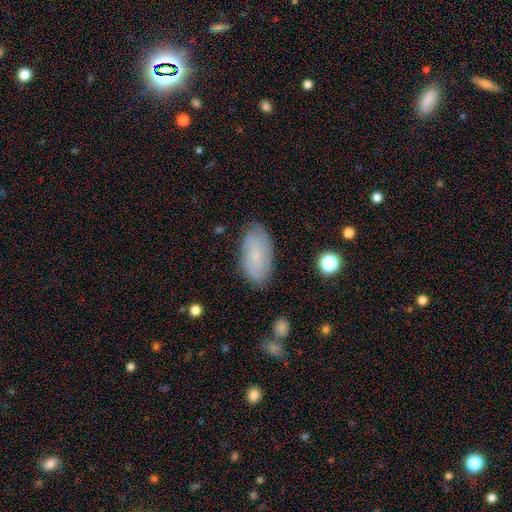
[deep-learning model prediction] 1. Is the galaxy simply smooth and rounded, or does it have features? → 58% smooth, 34% featured or disk, 8% star or artifact.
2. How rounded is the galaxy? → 93% in between, 4% cigar-shaped, 3% round.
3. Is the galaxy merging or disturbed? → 80% none, 15% minor disturbance, 4% major disturbance, 1% merger.